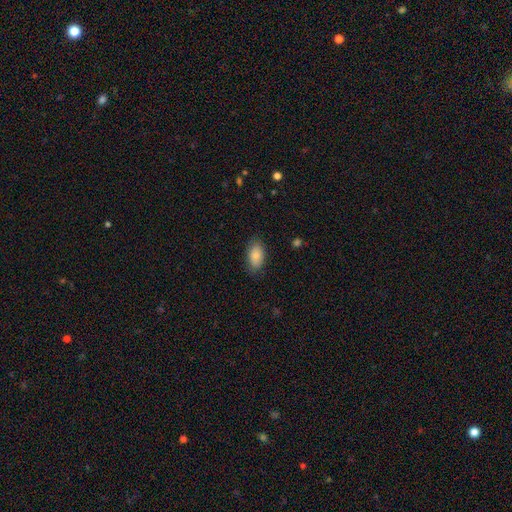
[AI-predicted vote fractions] This is clearly a smooth galaxy (84%). How rounded: clearly in between (93%). Merging: clearly none (82%).